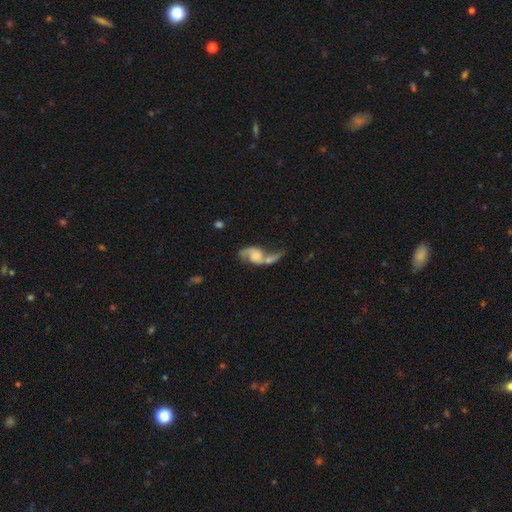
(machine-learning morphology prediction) Q: Smooth or featured?
A: featured or disk (74%); runner-up: smooth (19%)
Q: Edge-on disk?
A: no (96%); runner-up: yes (4%)
Q: Bar?
A: no (66%); runner-up: weak (28%)
Q: Spiral arms?
A: yes (90%); runner-up: no (10%)
Q: Spiral winding?
A: loose (69%); runner-up: medium (25%)
Q: Spiral arm count?
A: 2 (84%); runner-up: 1 (10%)
Q: Bulge size?
A: small (29%); runner-up: moderate (27%)
Q: Merging?
A: merger (51%); runner-up: none (22%)